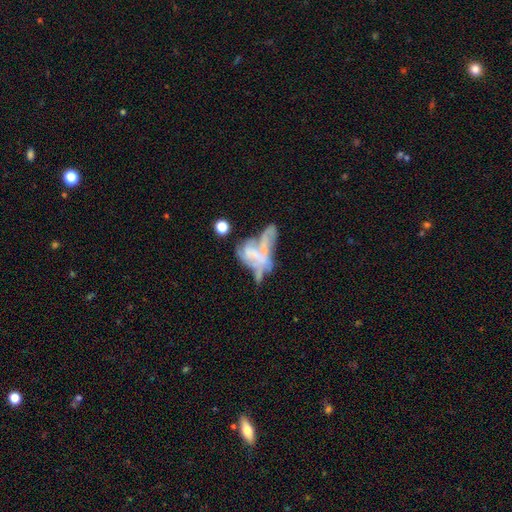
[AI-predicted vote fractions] featured or disk 54%, smooth 31%, star or artifact 14%. Down the decision tree: edge-on disk — no (90%); merging — merger (44%).